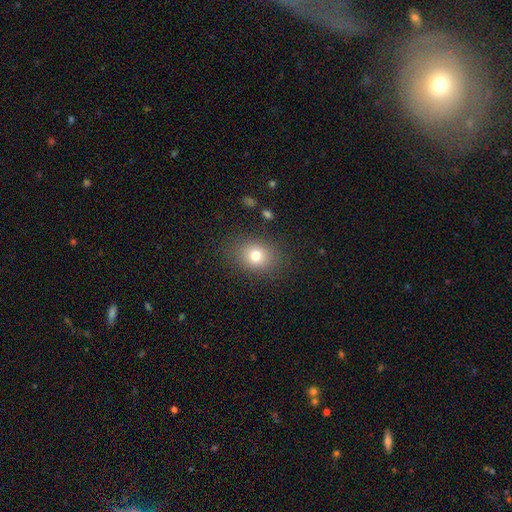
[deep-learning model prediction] A smooth galaxy with no disk features (75%) that is in between round and cigar-shaped (50%). Merging: none (84%).